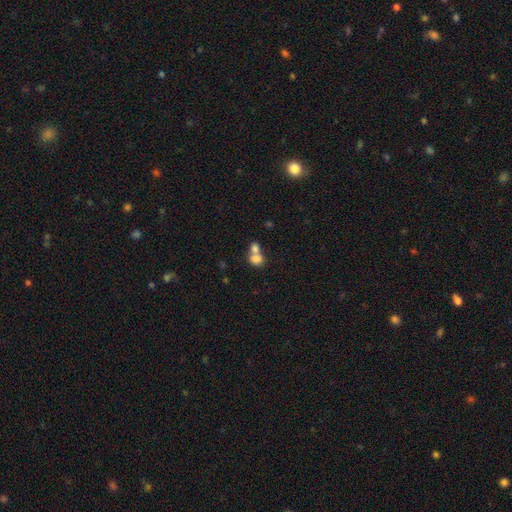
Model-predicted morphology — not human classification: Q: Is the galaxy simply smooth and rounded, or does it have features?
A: smooth — 76%.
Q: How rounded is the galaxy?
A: in between — 49%, tied with round.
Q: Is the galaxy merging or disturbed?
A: merger — 68%.